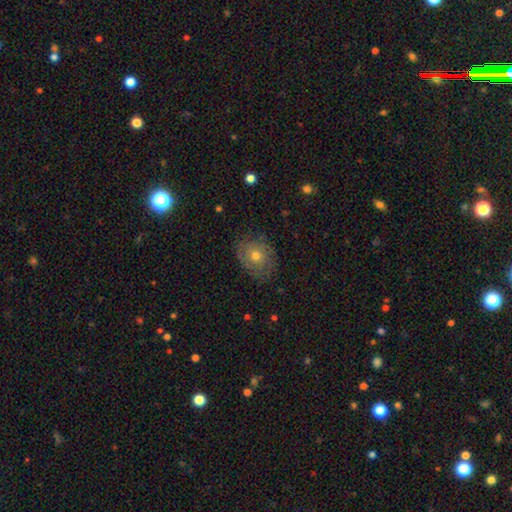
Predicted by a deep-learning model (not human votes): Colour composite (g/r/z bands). It shows a featured or disk galaxy (48%). Merging: none (75%).